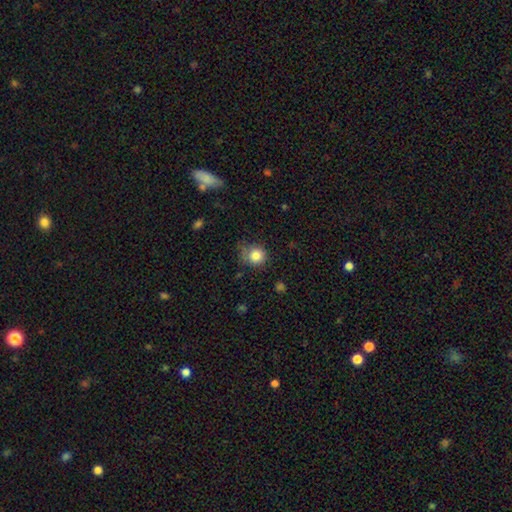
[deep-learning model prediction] Q: Smooth or featured?
A: smooth (83%); runner-up: star or artifact (10%)
Q: How rounded?
A: round (83%); runner-up: in between (16%)
Q: Merging?
A: none (59%); runner-up: minor disturbance (29%)